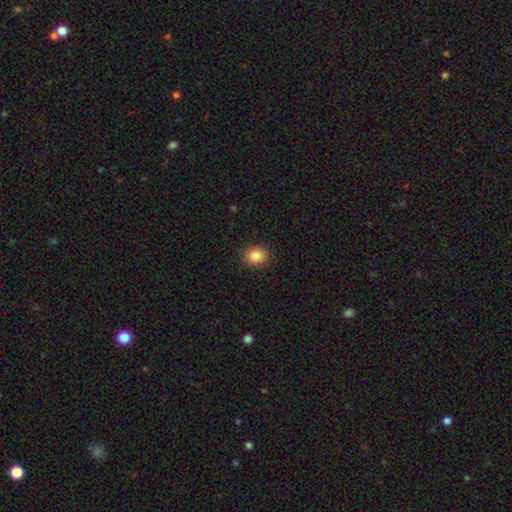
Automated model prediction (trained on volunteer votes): smooth_or_featured: smooth (p=0.86) [alt: star or artifact p=0.10]
how_rounded: round (p=0.63) [alt: in between p=0.36]
merging: none (p=0.89) [alt: minor disturbance p=0.08]